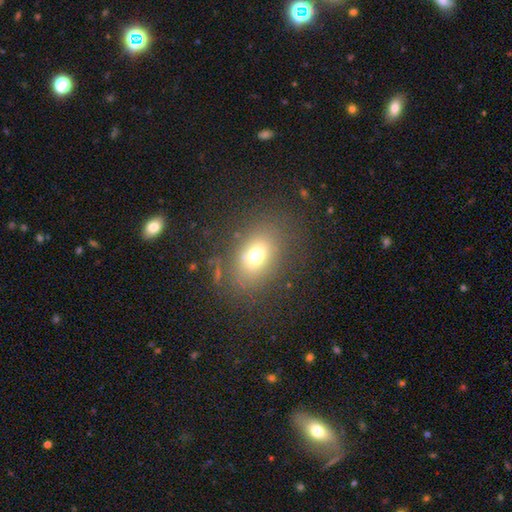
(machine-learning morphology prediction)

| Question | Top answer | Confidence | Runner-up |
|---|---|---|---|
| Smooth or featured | smooth | 69% | star or artifact (16%) |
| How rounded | in between | 68% | round (31%) |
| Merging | none | 78% | minor disturbance (12%) |